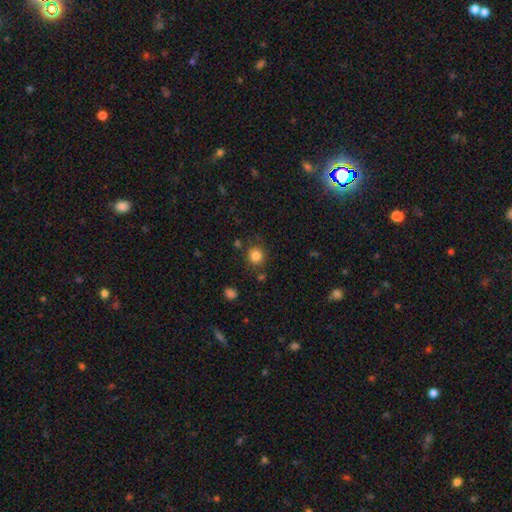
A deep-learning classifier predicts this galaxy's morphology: Smooth or featured?
  - smooth: 84% *
  - star or artifact: 12%
  - featured or disk: 5%
How rounded?
  - round: 89% *
  - in between: 10%
  - cigar-shaped: 1%
Merging?
  - none: 82% *
  - minor disturbance: 9%
  - merger: 5%
  - major disturbance: 4%